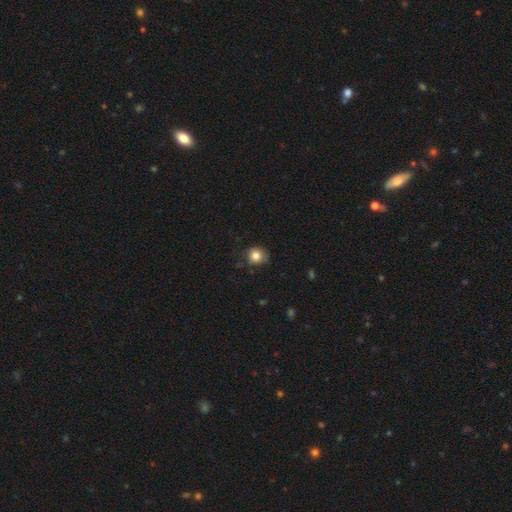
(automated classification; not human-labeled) smooth_or_featured: smooth (p=0.83) [alt: star or artifact p=0.10]
how_rounded: round (p=0.82) [alt: in between p=0.17]
merging: none (p=0.76) [alt: minor disturbance p=0.19]